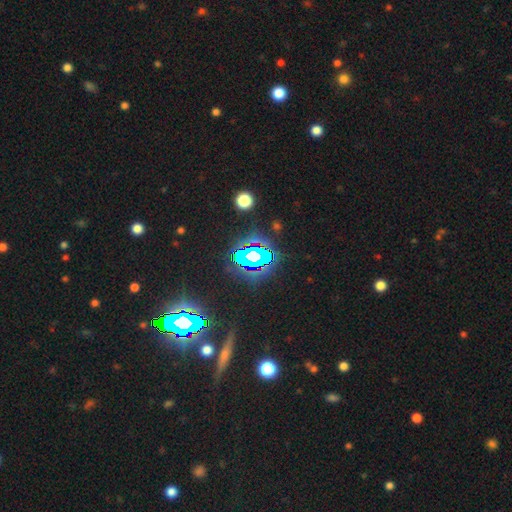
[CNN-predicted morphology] Smooth or featured? Predicted: star or artifact (p=0.78).